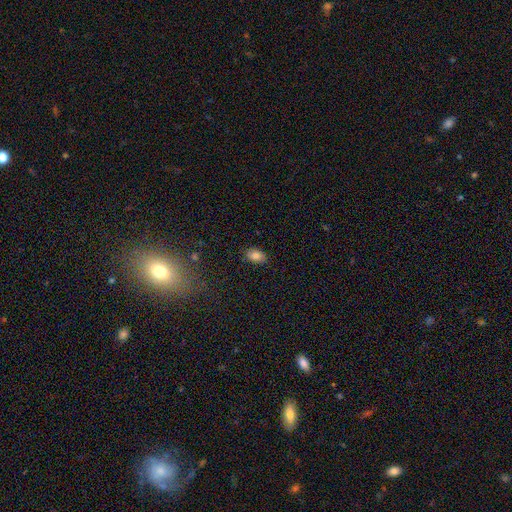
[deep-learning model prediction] Smooth or featured?
  - smooth: 81% *
  - featured or disk: 10%
  - star or artifact: 9%
How rounded?
  - in between: 89% *
  - round: 9%
  - cigar-shaped: 2%
Merging?
  - none: 85% *
  - minor disturbance: 11%
  - major disturbance: 2%
  - merger: 1%